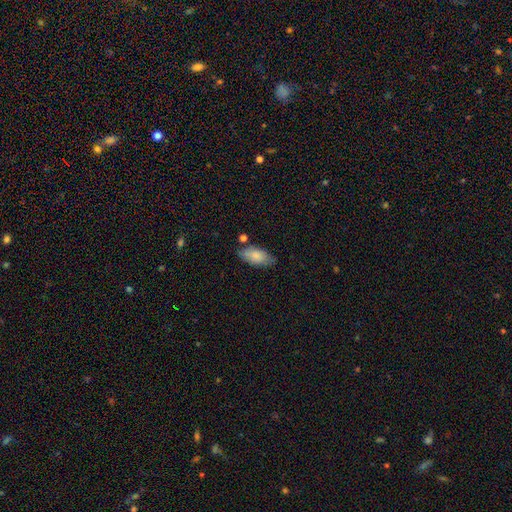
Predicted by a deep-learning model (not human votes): Morphology: type=smooth (81%); roundness=in between (90%); merging=none (69%).